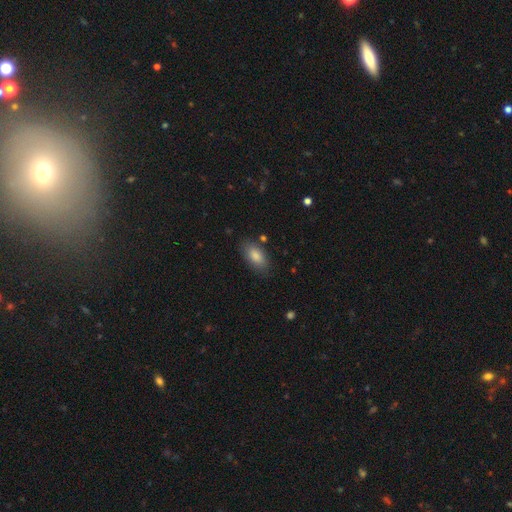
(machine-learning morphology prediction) smooth_or_featured: smooth (p=0.85) [alt: featured or disk p=0.08]
how_rounded: in between (p=0.91) [alt: cigar-shaped p=0.06]
merging: none (p=0.81) [alt: minor disturbance p=0.13]